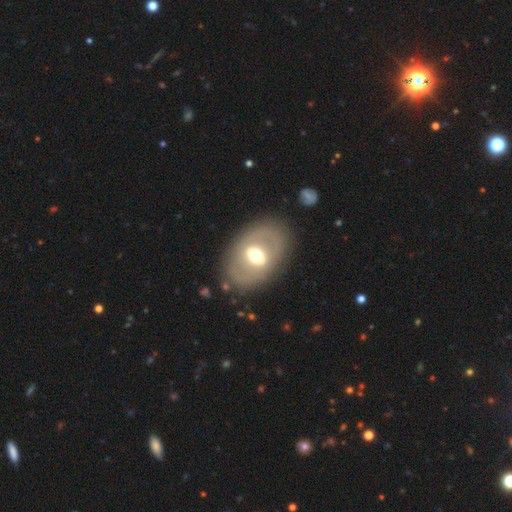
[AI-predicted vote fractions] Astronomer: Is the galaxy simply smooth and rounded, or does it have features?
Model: featured or disk — 54% (runner-up: smooth, 38%).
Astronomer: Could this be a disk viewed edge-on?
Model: no — 92%.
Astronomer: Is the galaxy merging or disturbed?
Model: none — 82%.